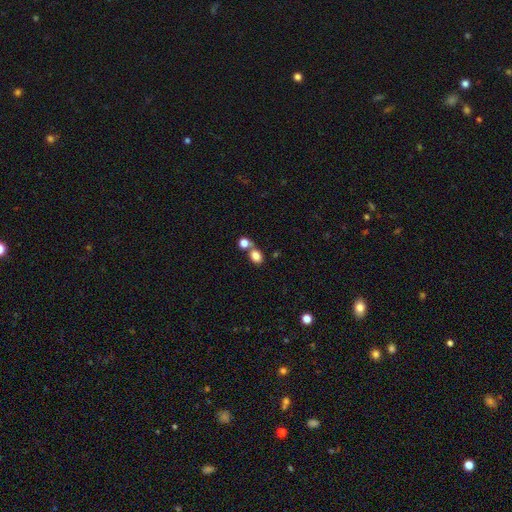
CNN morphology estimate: Q: Smooth or featured?
A: smooth (82%); runner-up: star or artifact (11%)
Q: How rounded?
A: in between (63%); runner-up: round (36%)
Q: Merging?
A: none (47%); runner-up: merger (39%)